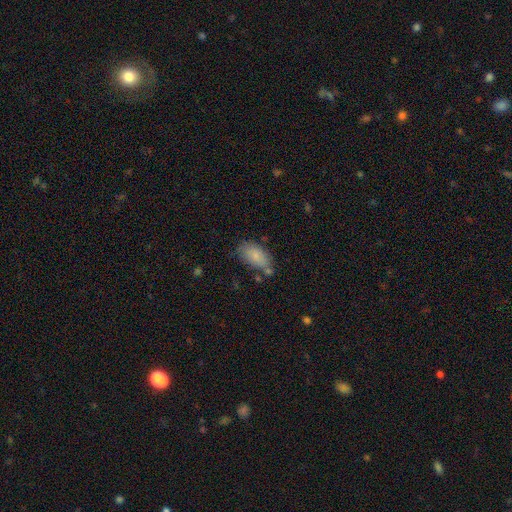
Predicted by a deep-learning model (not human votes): A smooth galaxy with no disk features (82%) that is in between round and cigar-shaped (93%).

Vote fractions:
- Smooth or featured? smooth: 82% / featured or disk: 11% / star or artifact: 7%
- How rounded? in between: 93% / round: 4% / cigar-shaped: 3%
- Merging? none: 61% / minor disturbance: 23% / merger: 10% / major disturbance: 6%